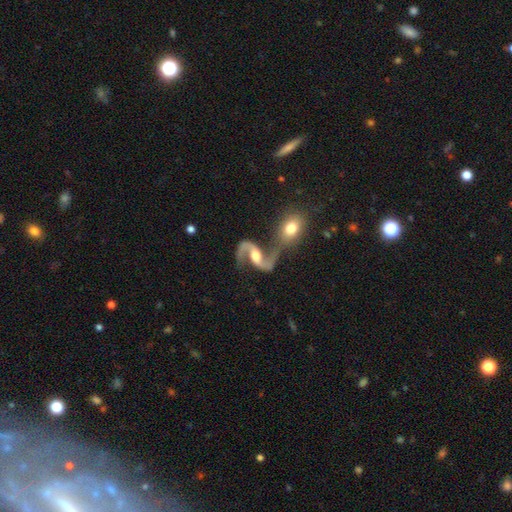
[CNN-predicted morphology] Smooth or featured? Predicted: featured or disk (p=0.90). Edge-on disk? Predicted: no (p=0.97). Bar? Predicted: weak (p=0.41). Spiral arms? Predicted: yes (p=0.97). Spiral winding? Predicted: loose (p=0.66). Spiral arm count? Predicted: 2 (p=0.94). Bulge size? Predicted: moderate (p=0.64). Merging? Predicted: none (p=0.42).